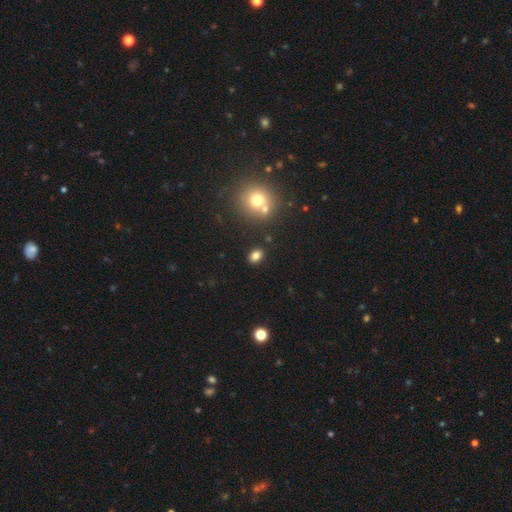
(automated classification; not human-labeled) A smooth galaxy with no disk features (81%) that is in between round and cigar-shaped (73%). Merging: none (84%).